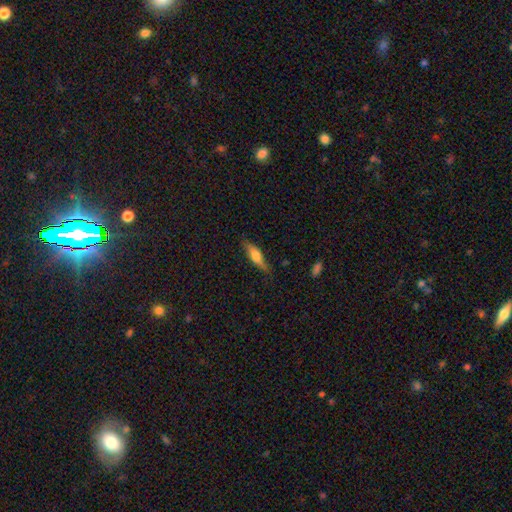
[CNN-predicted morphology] smooth_or_featured: smooth (p=0.60) [alt: featured or disk p=0.34]
how_rounded: cigar-shaped (p=0.58) [alt: in between p=0.39]
merging: none (p=0.77) [alt: minor disturbance p=0.18]